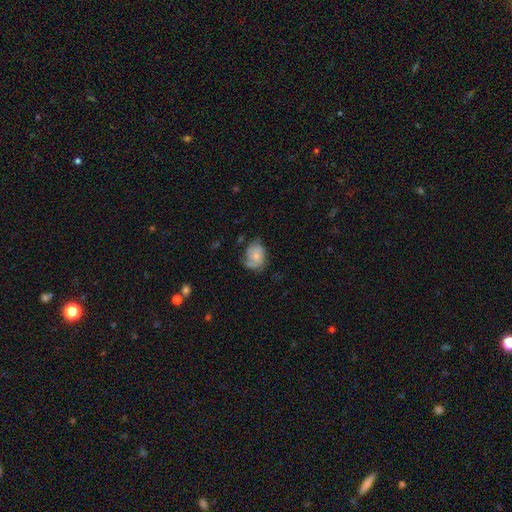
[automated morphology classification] This is possibly a featured or disk galaxy (56%). It is clearly not viewed edge-on (97%). Bar: likely no (78%). Spiral arm pattern: clearly yes (82%). Central bulge: possibly small (49%). Merging: possibly none (54%).